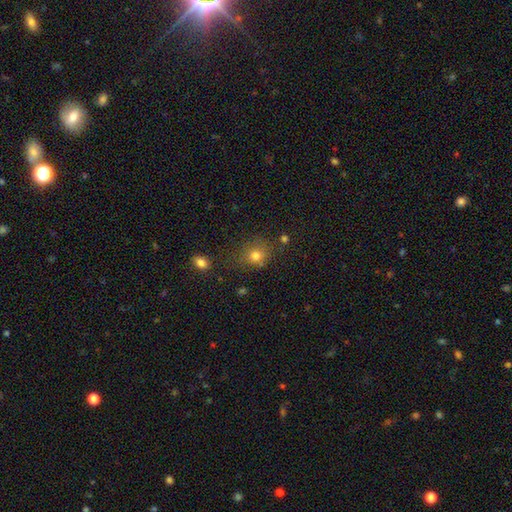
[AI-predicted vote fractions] Q: Smooth or featured?
A: smooth (79%); runner-up: star or artifact (13%)
Q: How rounded?
A: round (74%); runner-up: in between (25%)
Q: Merging?
A: none (71%); runner-up: minor disturbance (16%)